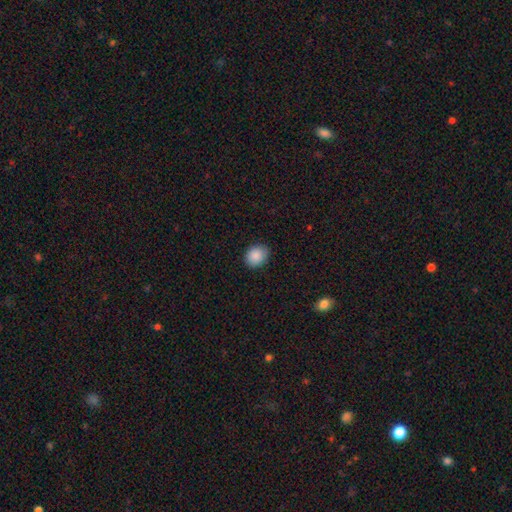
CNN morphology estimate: Smooth or featured? Predicted: smooth (p=0.89). How rounded? Predicted: round (p=0.56). Merging? Predicted: none (p=0.84).